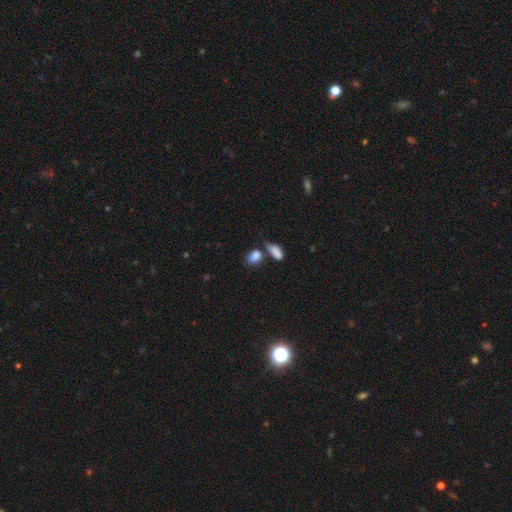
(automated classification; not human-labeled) smooth 84%, star or artifact 9%, featured or disk 7%. Down the decision tree: how rounded — in between (83%); merging — none (44%).